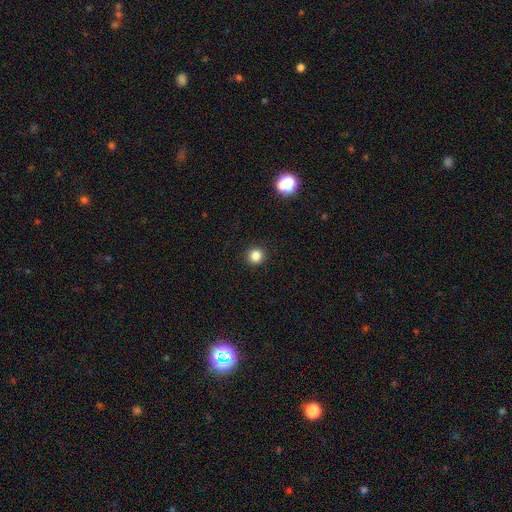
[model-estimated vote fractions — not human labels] smooth 83%, star or artifact 12%, featured or disk 4%. Down the decision tree: how rounded — round (93%); merging — none (92%).